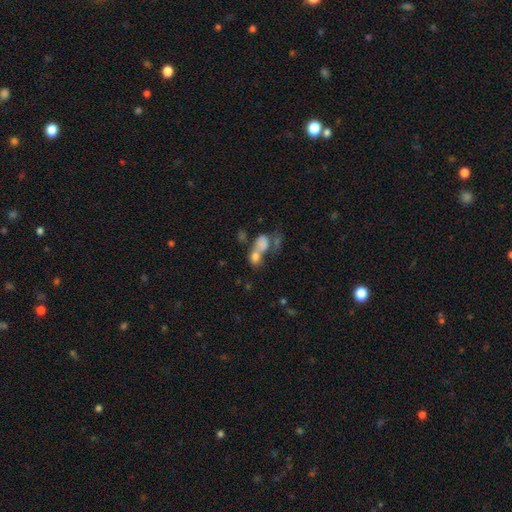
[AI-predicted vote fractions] Smooth or featured? smooth (72%)
How rounded? in between (63%)
Merging? merger (64%)